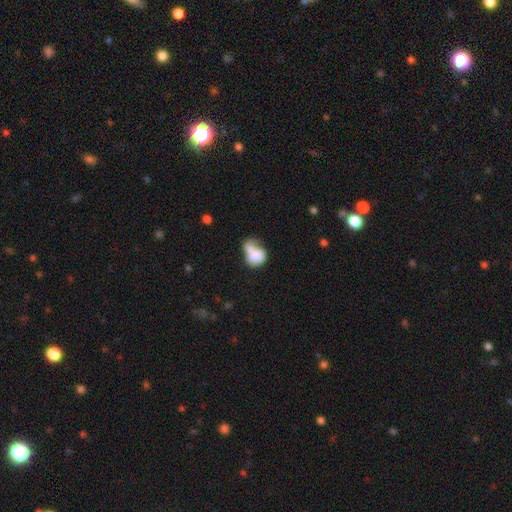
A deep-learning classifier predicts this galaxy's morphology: smooth_or_featured: smooth (p=0.71) [alt: featured or disk p=0.21]
how_rounded: in between (p=0.65) [alt: round p=0.34]
merging: merger (p=0.66) [alt: none p=0.15]